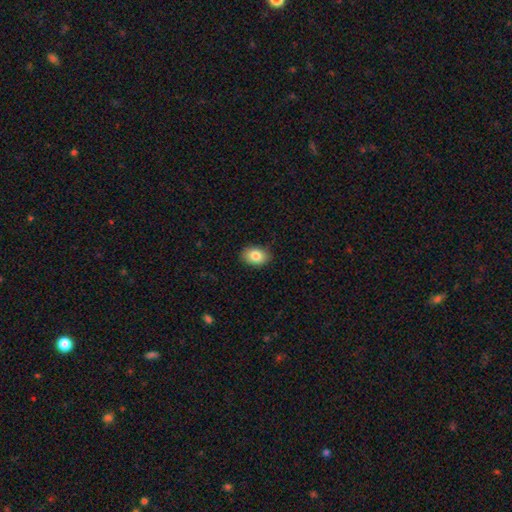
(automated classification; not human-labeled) Q: Smooth or featured?
A: smooth (84%); runner-up: star or artifact (8%)
Q: How rounded?
A: in between (76%); runner-up: round (23%)
Q: Merging?
A: none (88%); runner-up: minor disturbance (10%)